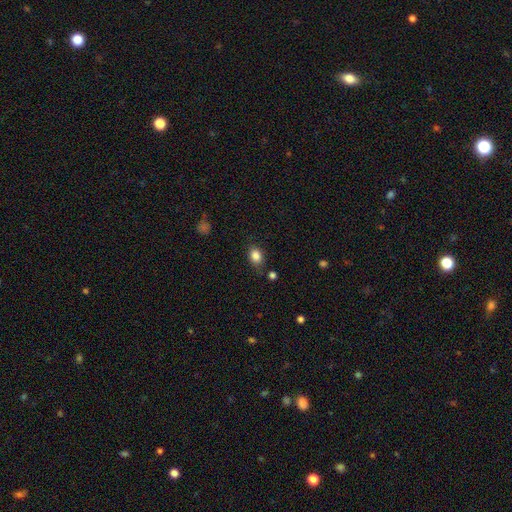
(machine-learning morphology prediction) Smooth or featured? Predicted: smooth (p=0.85). How rounded? Predicted: in between (p=0.65). Merging? Predicted: none (p=0.76).